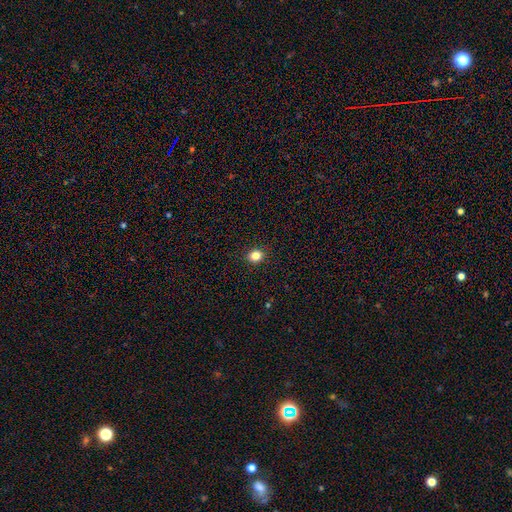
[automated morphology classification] This is clearly a smooth galaxy (83%). How rounded: likely round (69%). Merging: clearly none (92%).